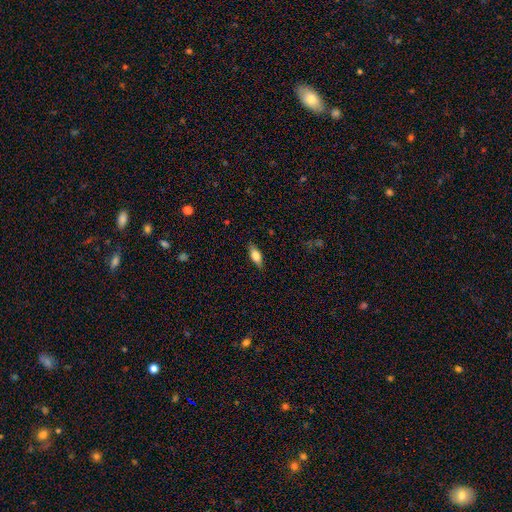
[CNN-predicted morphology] The model was most divided on "smooth or featured": smooth: 74%, featured or disk: 19%, star or artifact: 7%. More confident: merging — none (84%); how rounded — in between (76%).